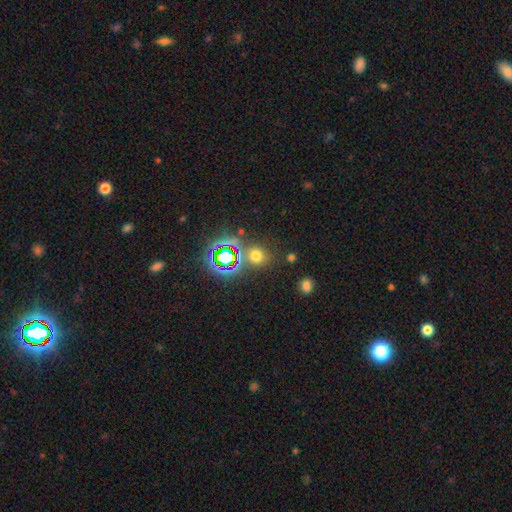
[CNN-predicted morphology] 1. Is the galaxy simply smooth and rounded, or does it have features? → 59% smooth, 34% star or artifact, 7% featured or disk.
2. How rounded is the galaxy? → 75% round, 23% in between, 1% cigar-shaped.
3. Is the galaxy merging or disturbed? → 76% none, 10% minor disturbance, 9% merger, 5% major disturbance.